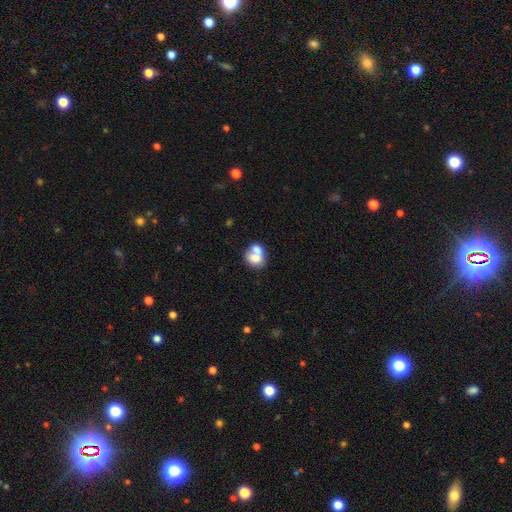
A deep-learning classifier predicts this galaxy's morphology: Smooth or featured? smooth (69%)
How rounded? round (51%)
Merging? merger (62%)